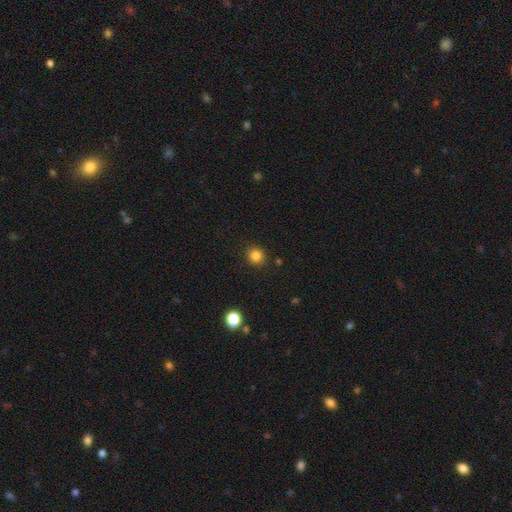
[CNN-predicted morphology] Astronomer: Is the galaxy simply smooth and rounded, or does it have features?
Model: smooth — 84%.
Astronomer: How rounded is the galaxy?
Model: round — 86%.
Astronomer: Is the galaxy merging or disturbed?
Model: none — 89%.